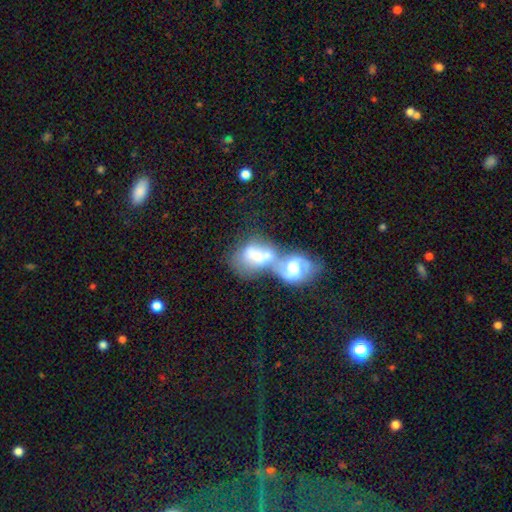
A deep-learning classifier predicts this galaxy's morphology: A featured or disk galaxy (49%). Merging: merger (82%).